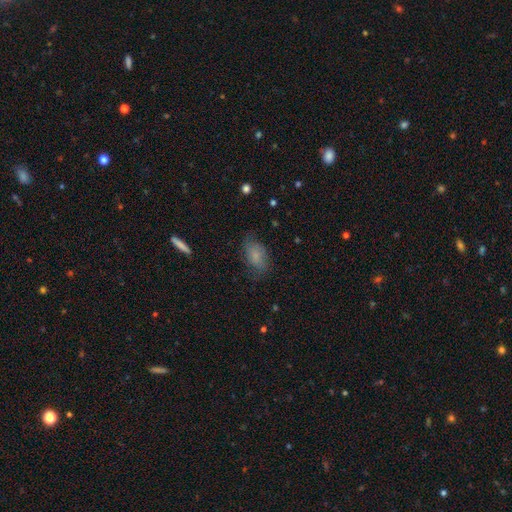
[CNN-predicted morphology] Smooth or featured? Predicted: smooth (p=0.73). How rounded? Predicted: in between (p=0.88). Merging? Predicted: none (p=0.68).